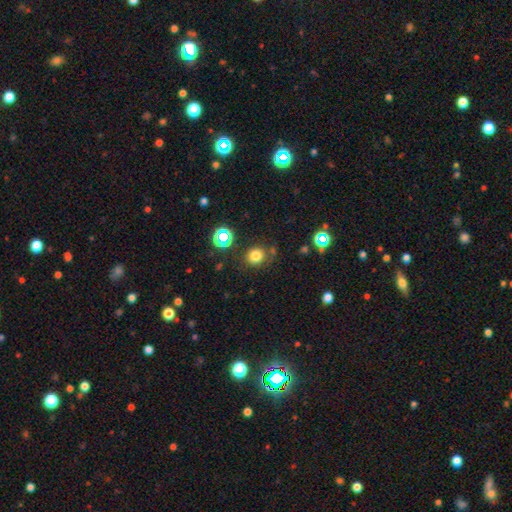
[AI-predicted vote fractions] smooth 77%, star or artifact 16%, featured or disk 7%. Down the decision tree: how rounded — round (81%); merging — none (77%).